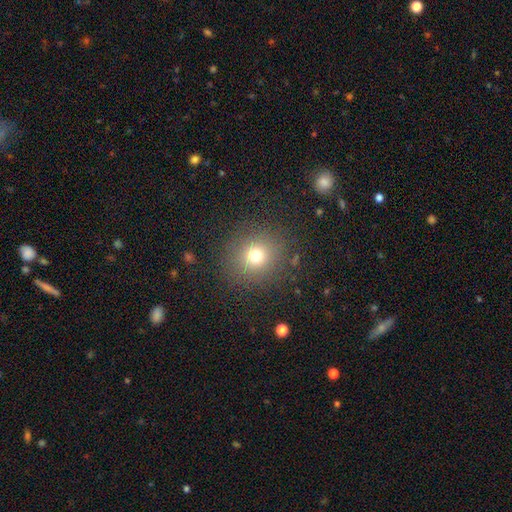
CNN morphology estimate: Smooth or featured? smooth (74%)
How rounded? round (86%)
Merging? none (86%)